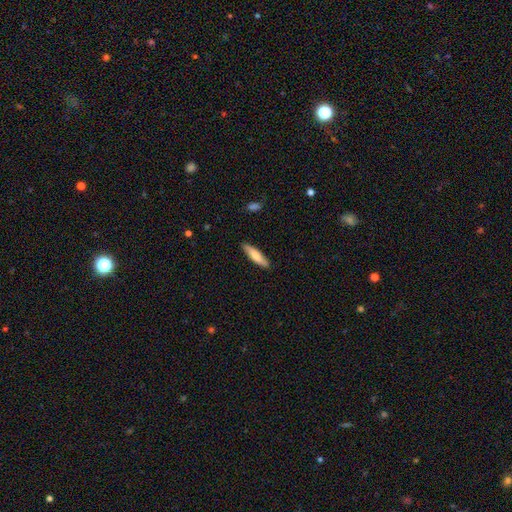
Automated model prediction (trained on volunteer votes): Smooth or featured: smooth — 72% (featured or disk — 22%)
How rounded: cigar-shaped — 71% (in between — 27%)
Merging: none — 87% (minor disturbance — 10%)